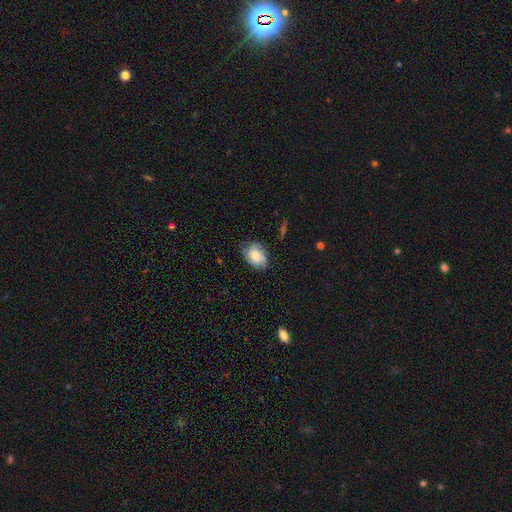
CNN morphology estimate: Smooth or featured? Predicted: smooth (p=0.68). How rounded? Predicted: in between (p=0.73). Merging? Predicted: none (p=0.64).